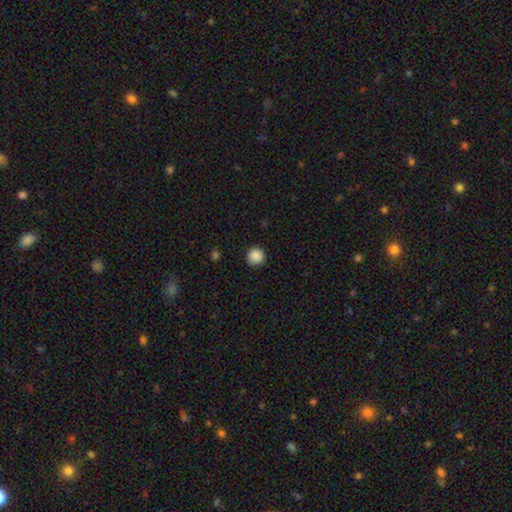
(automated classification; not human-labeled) Smooth or featured?
  - smooth: 88% *
  - star or artifact: 9%
  - featured or disk: 3%
How rounded?
  - round: 94% *
  - in between: 5%
  - cigar-shaped: 1%
Merging?
  - none: 90% *
  - minor disturbance: 7%
  - major disturbance: 2%
  - merger: 1%